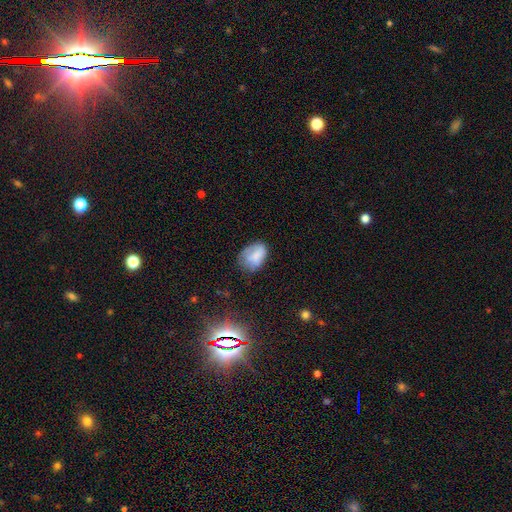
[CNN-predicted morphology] Smooth or featured: smooth — 72% (featured or disk — 18%)
How rounded: in between — 80% (round — 19%)
Merging: none — 52% (minor disturbance — 31%)